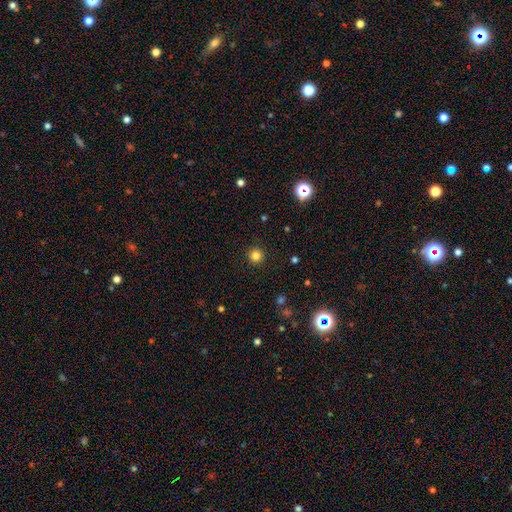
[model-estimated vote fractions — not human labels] Overall: smooth (83%). How rounded: round (95%). Merging: none (92%).